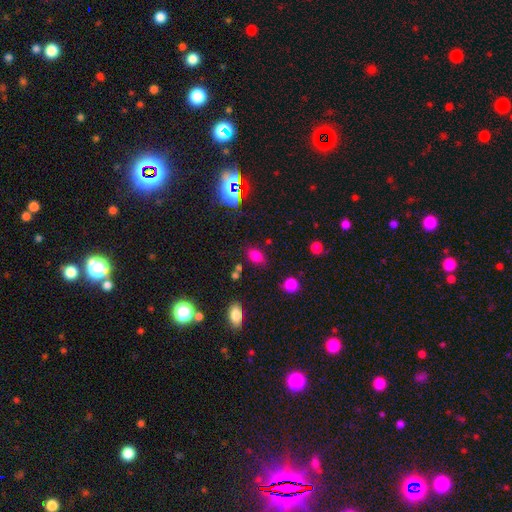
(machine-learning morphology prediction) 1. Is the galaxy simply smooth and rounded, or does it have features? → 76% smooth, 17% star or artifact, 7% featured or disk.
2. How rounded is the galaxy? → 81% in between, 17% round, 2% cigar-shaped.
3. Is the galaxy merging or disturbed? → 78% none, 13% minor disturbance, 5% merger, 4% major disturbance.